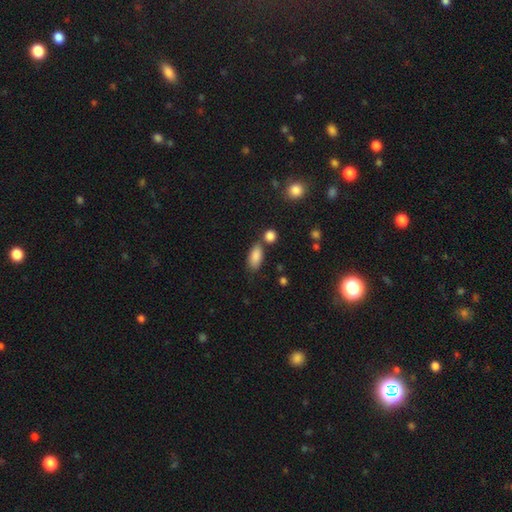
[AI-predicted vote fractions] Smooth or featured? Predicted: smooth (p=0.86). How rounded? Predicted: in between (p=0.88). Merging? Predicted: none (p=0.67).